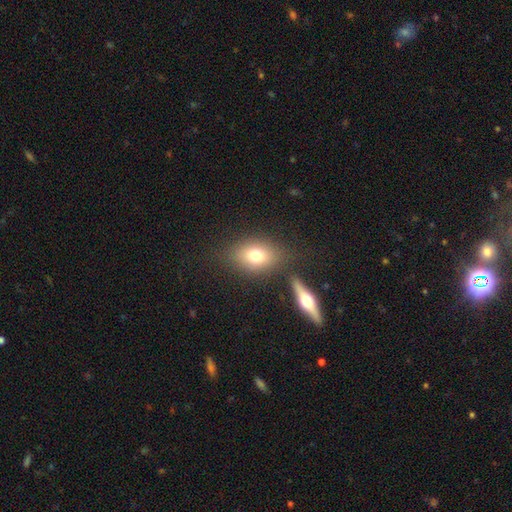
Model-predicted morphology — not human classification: This appears to be a smooth galaxy with no disk features (72%) that is in between round and cigar-shaped (70%). Merging: none (70%).